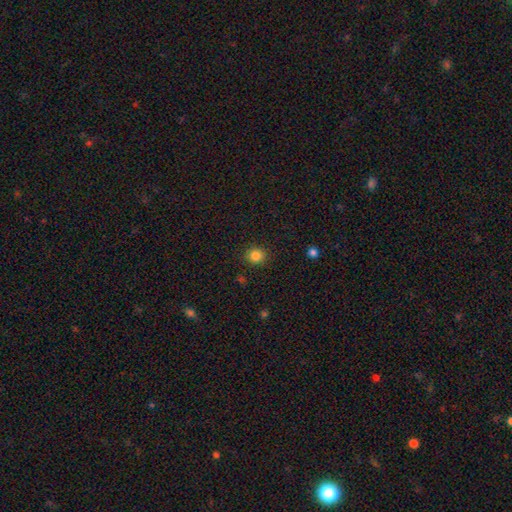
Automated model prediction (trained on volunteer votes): A smooth galaxy with no disk features (84%) that is round (85%).

Vote fractions:
- Smooth or featured? smooth: 84% / star or artifact: 12% / featured or disk: 4%
- How rounded? round: 85% / in between: 14% / cigar-shaped: 1%
- Merging? none: 89% / minor disturbance: 7% / major disturbance: 2% / merger: 1%